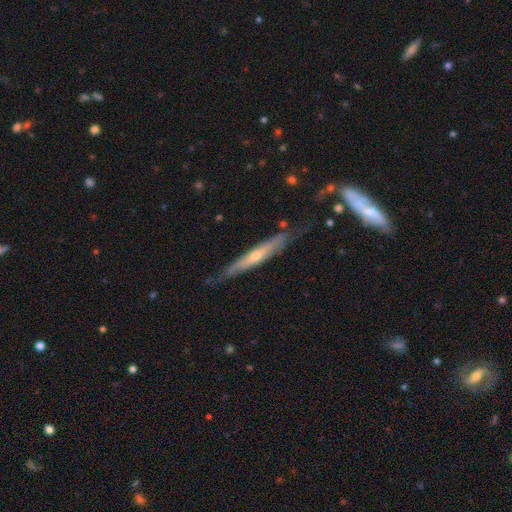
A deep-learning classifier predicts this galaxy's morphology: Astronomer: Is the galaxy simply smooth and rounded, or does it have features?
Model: featured or disk — 63%.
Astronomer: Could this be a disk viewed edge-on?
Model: yes — 83%.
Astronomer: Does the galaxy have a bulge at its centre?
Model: rounded — 63%.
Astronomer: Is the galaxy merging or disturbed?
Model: none — 71%.